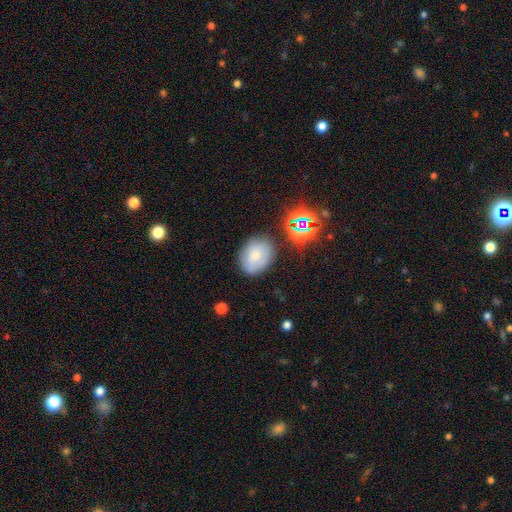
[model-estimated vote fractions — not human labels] smooth-or-featured: smooth: 69% | featured or disk: 19% | star or artifact: 13%
  how-rounded: in between: 60% | round: 39% | cigar-shaped: 1%
  merging: none: 73% | minor disturbance: 18% | major disturbance: 5% | merger: 5%